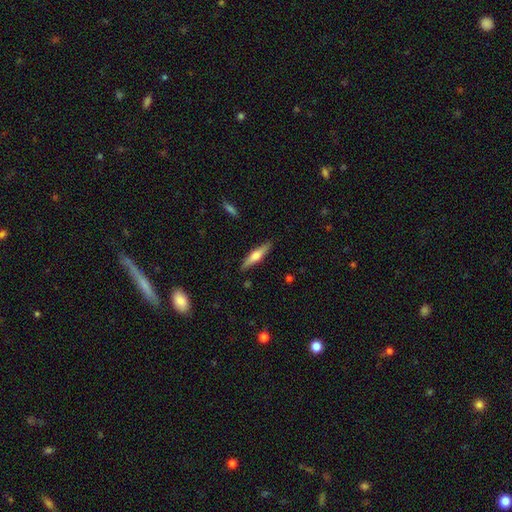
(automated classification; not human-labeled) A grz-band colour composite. It shows a featured or disk galaxy (52%) viewed edge-on (95%). Merging: none (88%).